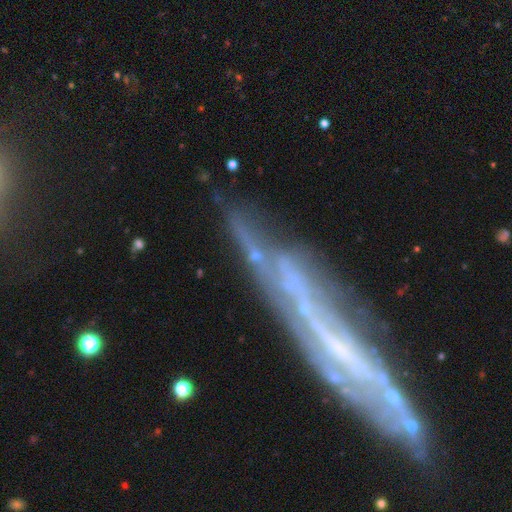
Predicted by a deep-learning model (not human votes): Smooth or featured: featured or disk — 44% (star or artifact — 30%)
Merging: none — 50% (minor disturbance — 19%)